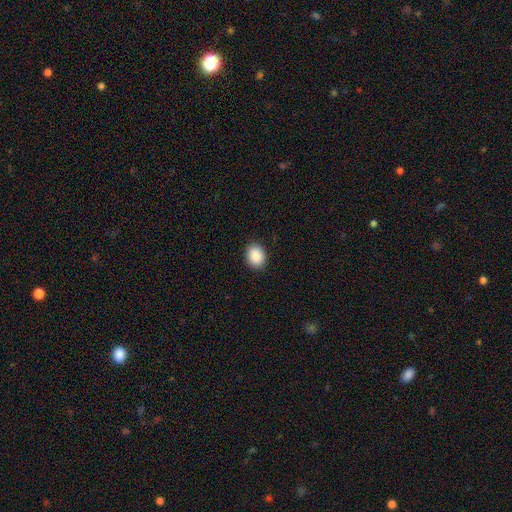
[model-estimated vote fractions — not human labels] smooth_or_featured: smooth (p=0.90) [alt: star or artifact p=0.08]
how_rounded: in between (p=0.52) [alt: round p=0.47]
merging: none (p=0.90) [alt: minor disturbance p=0.07]